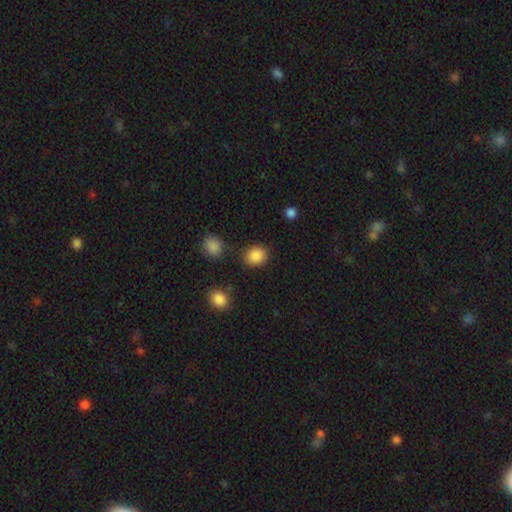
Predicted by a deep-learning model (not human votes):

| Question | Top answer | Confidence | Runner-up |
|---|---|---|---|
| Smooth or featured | smooth | 87% | star or artifact (9%) |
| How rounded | round | 67% | in between (32%) |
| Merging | none | 82% | minor disturbance (10%) |